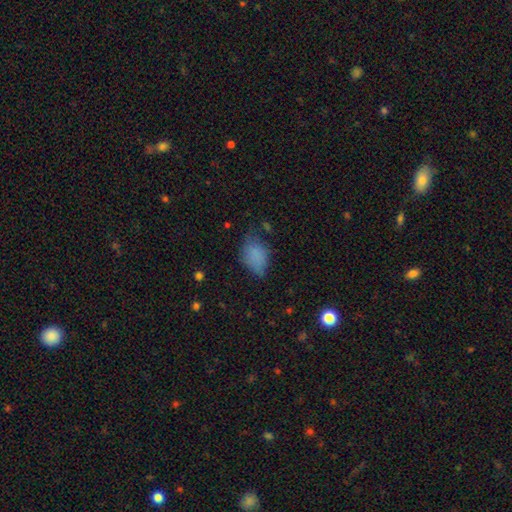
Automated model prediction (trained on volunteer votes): Q: Smooth or featured?
A: smooth (79%); runner-up: star or artifact (11%)
Q: How rounded?
A: in between (82%); runner-up: round (16%)
Q: Merging?
A: none (44%); runner-up: minor disturbance (39%)